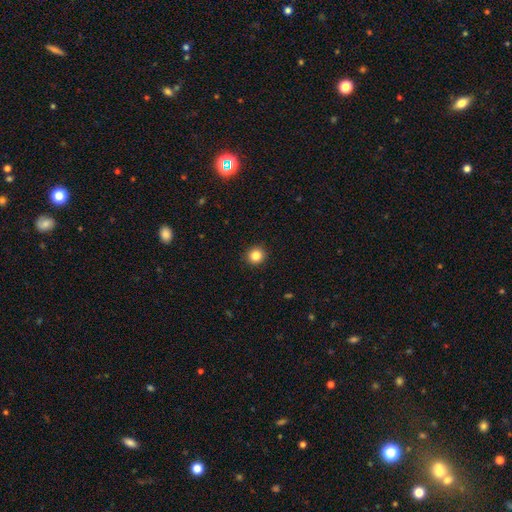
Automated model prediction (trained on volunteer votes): The model was most divided on "smooth or featured": smooth: 84%, star or artifact: 11%, featured or disk: 5%. More confident: merging — none (93%); how rounded — round (92%).